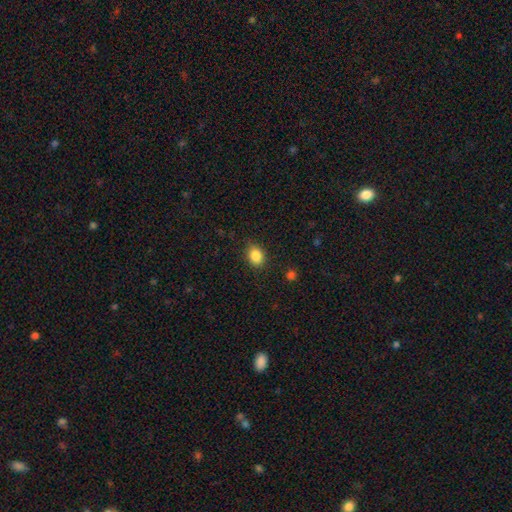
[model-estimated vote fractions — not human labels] This is clearly a smooth galaxy (86%). How rounded: possibly in between (57%). Merging: clearly none (86%).